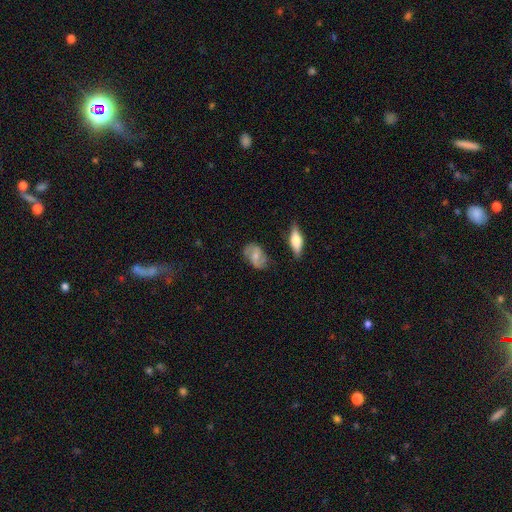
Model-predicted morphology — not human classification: A featured or disk galaxy (53%). Merging: none (73%).